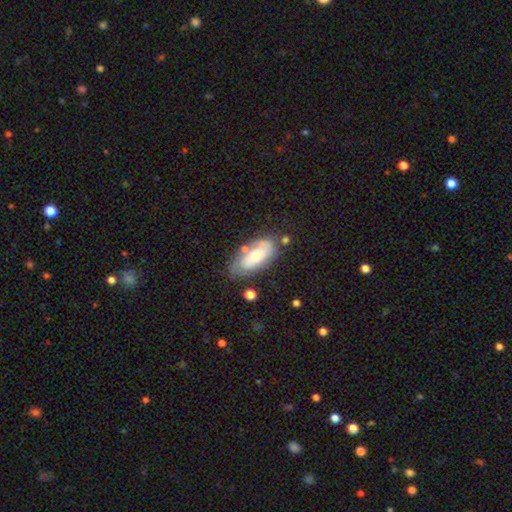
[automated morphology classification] Smooth or featured? featured or disk (48%)
Merging? none (63%)